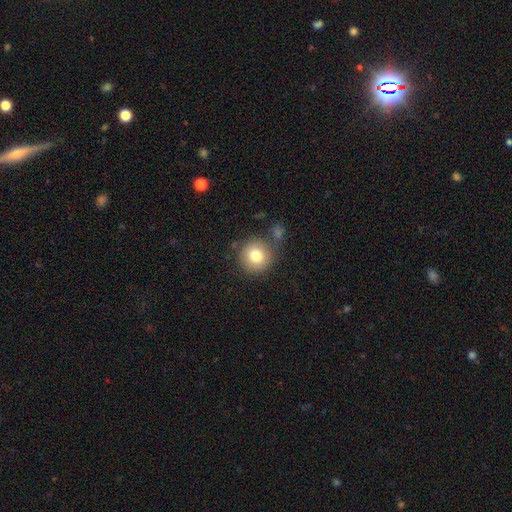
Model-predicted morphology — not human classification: Smooth or featured? Predicted: smooth (p=0.80). How rounded? Predicted: round (p=0.93). Merging? Predicted: none (p=0.78).